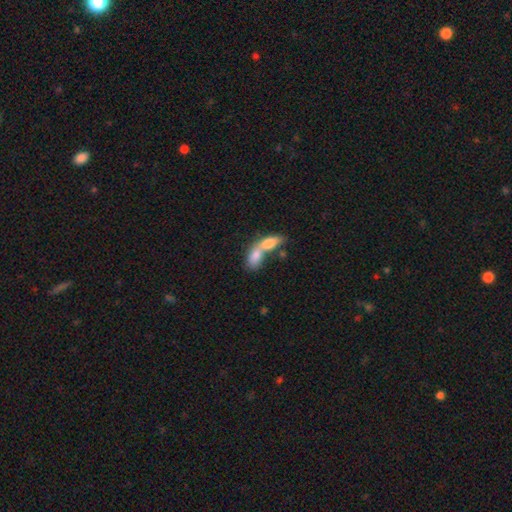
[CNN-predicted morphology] The model was most divided on "smooth or featured": smooth: 76%, featured or disk: 17%, star or artifact: 7%. More confident: how rounded — in between (81%); merging — merger (76%).